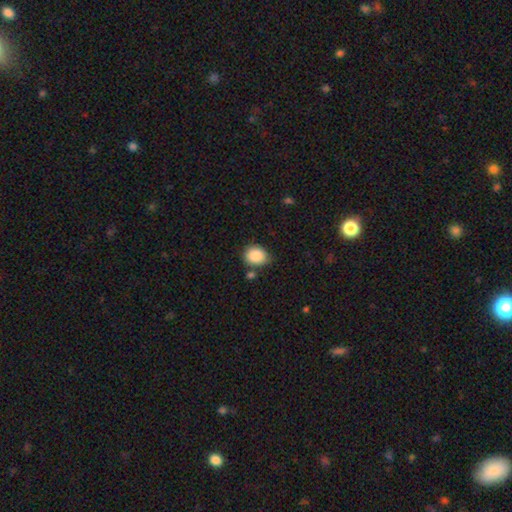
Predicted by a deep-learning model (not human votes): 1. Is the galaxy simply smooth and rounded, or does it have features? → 88% smooth, 8% star or artifact, 4% featured or disk.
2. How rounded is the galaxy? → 55% round, 44% in between, 1% cigar-shaped.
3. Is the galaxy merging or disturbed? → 67% none, 20% minor disturbance, 8% merger, 5% major disturbance.